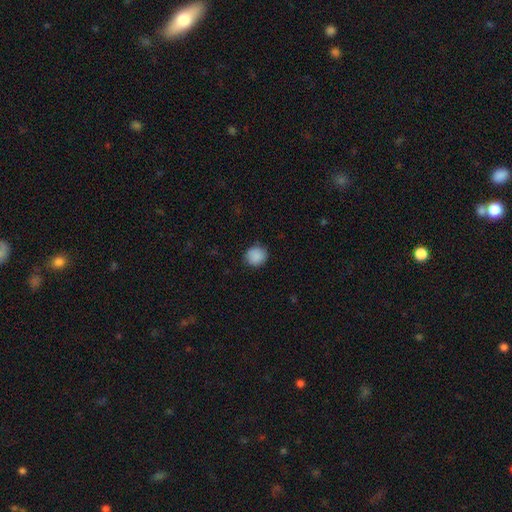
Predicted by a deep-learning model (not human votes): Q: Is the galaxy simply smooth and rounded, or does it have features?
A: smooth — 89%.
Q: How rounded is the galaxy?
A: round — 88%.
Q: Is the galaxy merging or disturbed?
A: none — 86%.